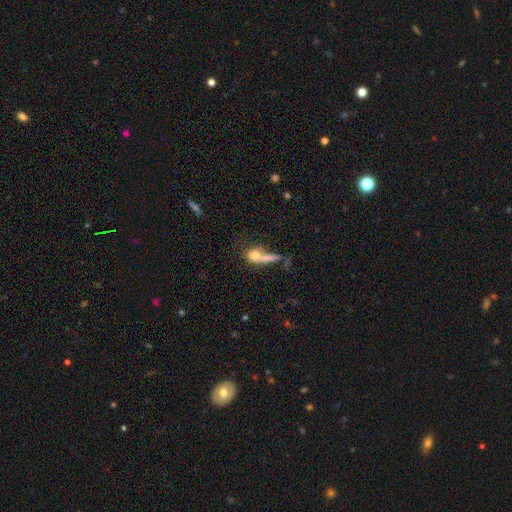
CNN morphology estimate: Smooth or featured? smooth (60%)
How rounded? round (35%)
Merging? merger (34%)